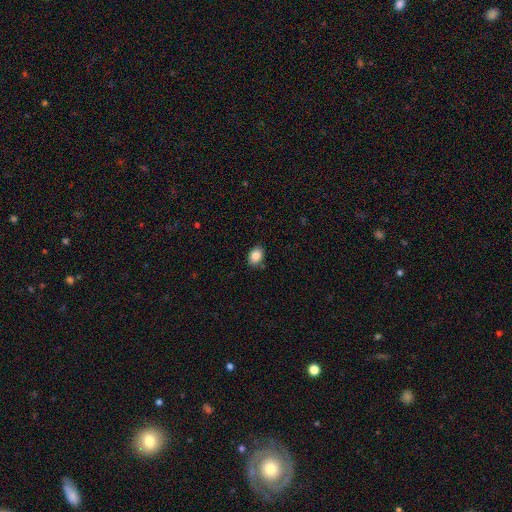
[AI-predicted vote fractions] Q: Smooth or featured?
A: smooth (87%); runner-up: star or artifact (9%)
Q: How rounded?
A: in between (73%); runner-up: round (26%)
Q: Merging?
A: none (84%); runner-up: minor disturbance (12%)